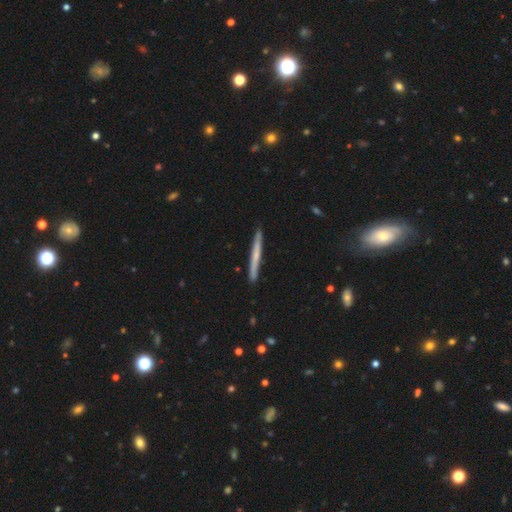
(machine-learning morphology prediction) Overall: smooth (51%; featured or disk 44%). How rounded: cigar-shaped (97%). Merging: none (90%).